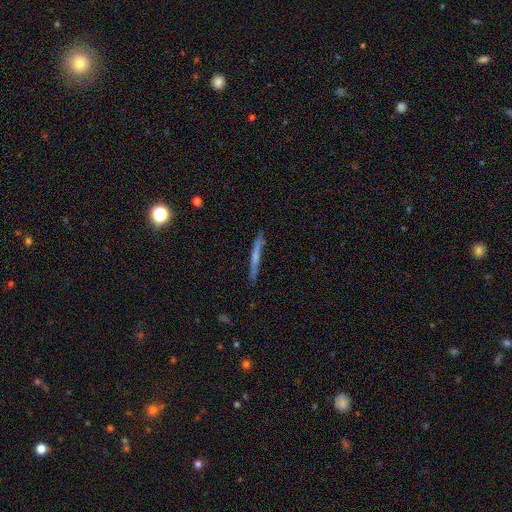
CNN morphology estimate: This is possibly a smooth galaxy (48%). Merging: clearly none (85%).